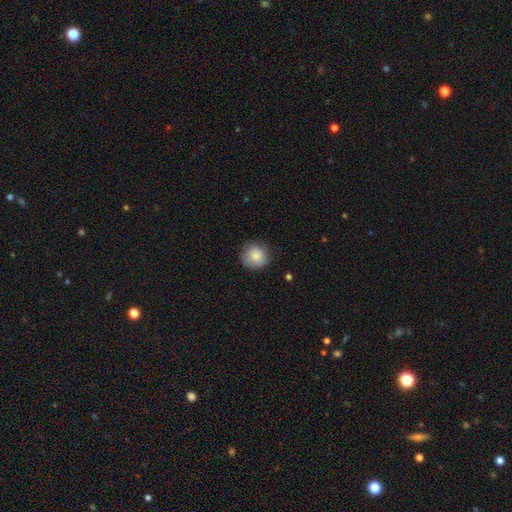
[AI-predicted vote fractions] This is clearly a smooth galaxy (85%). How rounded: clearly round (90%). Merging: likely none (77%).